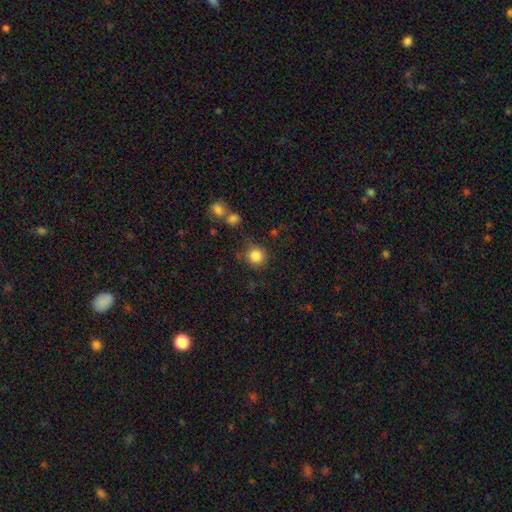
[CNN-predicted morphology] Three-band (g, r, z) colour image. It shows a smooth galaxy with no disk features (84%) that is round (90%). Merging: none (75%).